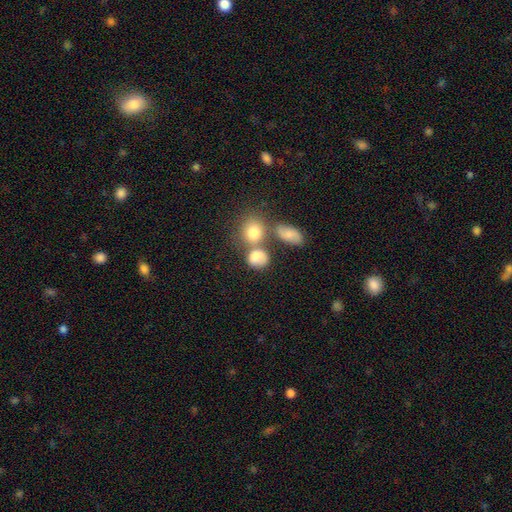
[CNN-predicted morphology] Smooth or featured: smooth — 79% (featured or disk — 11%)
How rounded: round — 62% (in between — 37%)
Merging: none — 43% (merger — 36%)